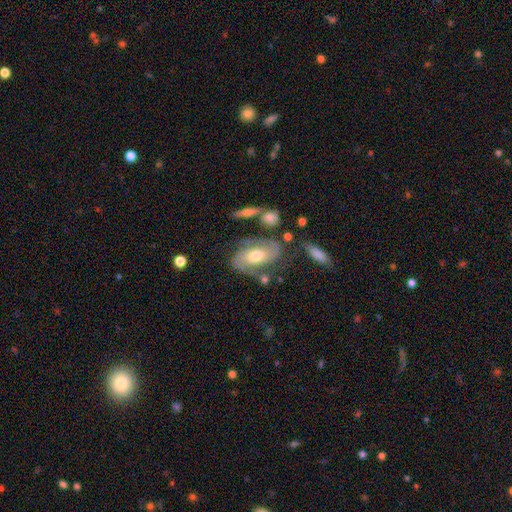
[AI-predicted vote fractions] Smooth or featured?
  - featured or disk: 68% *
  - smooth: 25%
  - star or artifact: 7%
Edge-on disk?
  - no: 92% *
  - yes: 8%
Bar?
  - no: 58% *
  - weak: 31%
  - strong: 11%
Spiral arms?
  - yes: 87% *
  - no: 13%
Spiral winding?
  - medium: 43% *
  - tight: 36%
  - loose: 20%
Spiral arm count?
  - 2: 78% *
  - can't tell: 14%
  - 3: 3%
  - 1: 3%
  - 4: 1%
  - more than 4: 1%
Bulge size?
  - moderate: 71% *
  - small: 16%
  - large: 10%
  - none: 1%
  - dominant: 1%
Merging?
  - none: 61% *
  - minor disturbance: 20%
  - major disturbance: 10%
  - merger: 9%